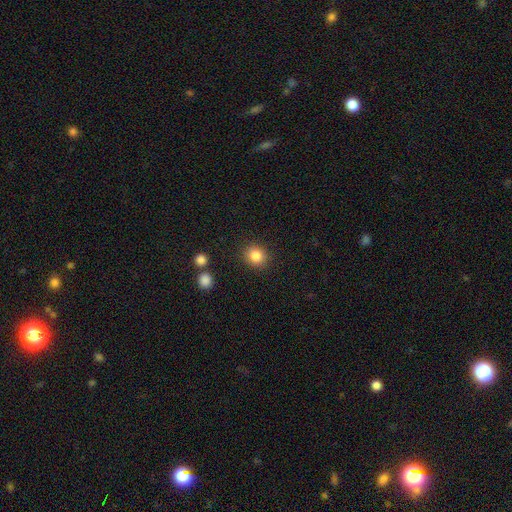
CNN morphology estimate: A smooth galaxy with no disk features (84%) that is round (78%). Merging: none (89%).